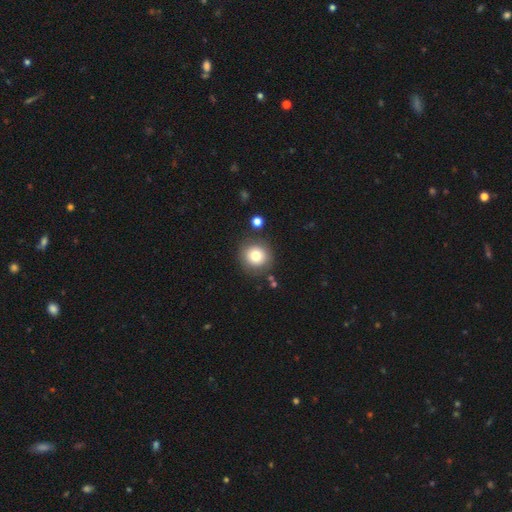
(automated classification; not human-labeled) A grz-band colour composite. It shows a smooth galaxy with no disk features (77%) that is round (92%). Merging: none (84%).